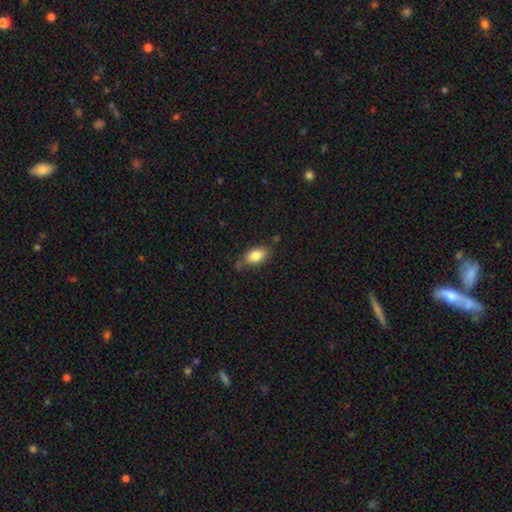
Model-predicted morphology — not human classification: Smooth or featured: smooth — 83% (featured or disk — 10%)
How rounded: in between — 89% (round — 6%)
Merging: none — 69% (minor disturbance — 20%)